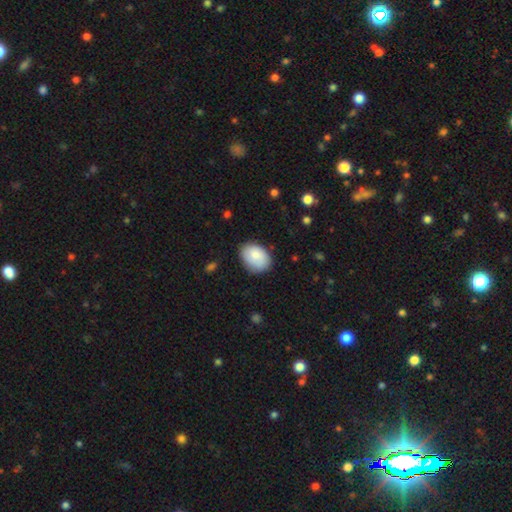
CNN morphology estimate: The model was most divided on "how rounded": in between: 79%, round: 20%, cigar-shaped: 1%. More confident: smooth or featured — smooth (80%); merging — none (78%).